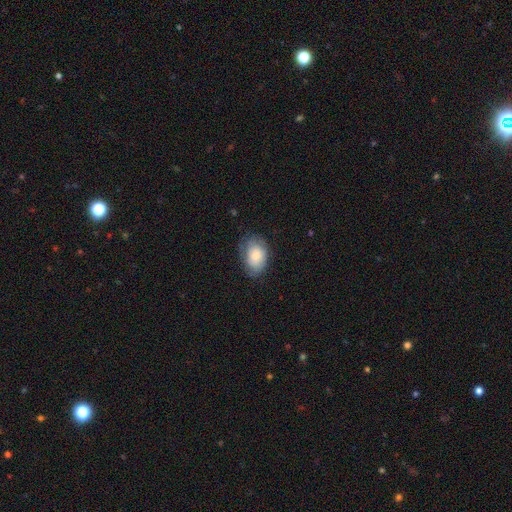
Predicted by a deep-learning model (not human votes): This appears to be a smooth galaxy with no disk features (79%) that is in between round and cigar-shaped (85%). Merging: none (68%).